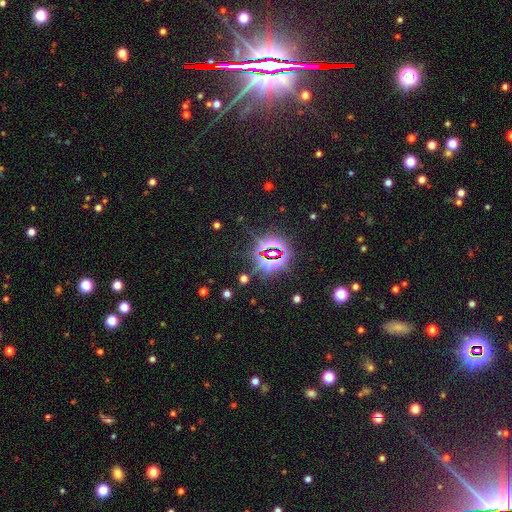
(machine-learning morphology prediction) Smooth or featured?
  - star or artifact: 82% *
  - smooth: 9%
  - featured or disk: 9%